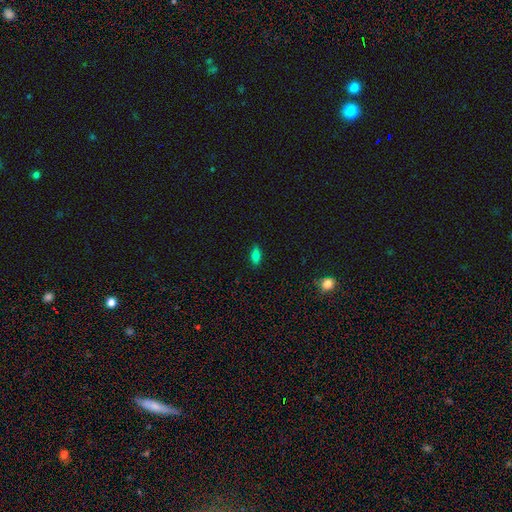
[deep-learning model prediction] Morphology: type=smooth (79%); roundness=in between (82%); merging=none (86%).